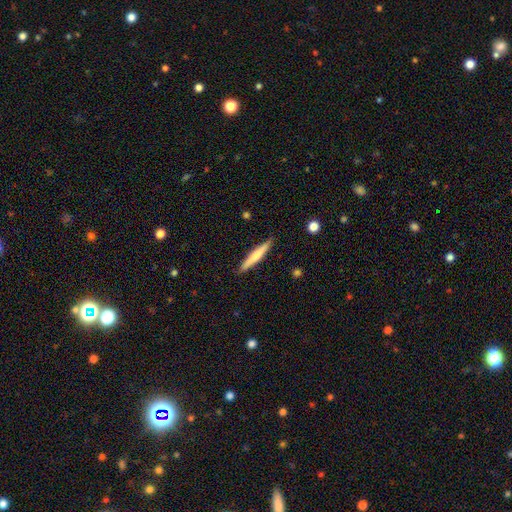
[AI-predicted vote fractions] smooth_or_featured: smooth (p=0.60) [alt: featured or disk p=0.35]
how_rounded: cigar-shaped (p=0.94) [alt: in between p=0.04]
merging: none (p=0.89) [alt: minor disturbance p=0.08]